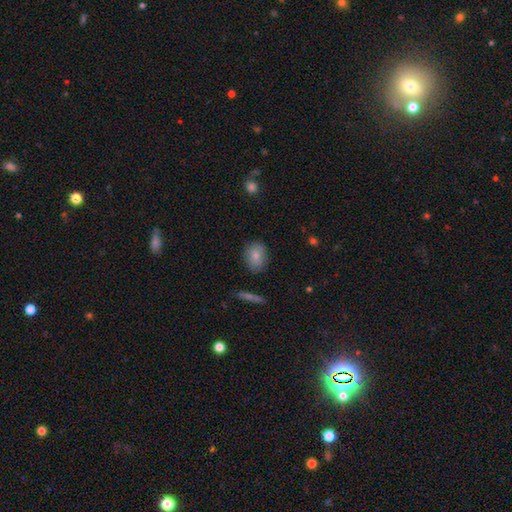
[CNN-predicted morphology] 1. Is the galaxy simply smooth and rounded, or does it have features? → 79% smooth, 13% featured or disk, 8% star or artifact.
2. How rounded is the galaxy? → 63% in between, 35% round, 2% cigar-shaped.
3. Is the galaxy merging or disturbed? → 81% none, 14% minor disturbance, 3% major disturbance, 2% merger.